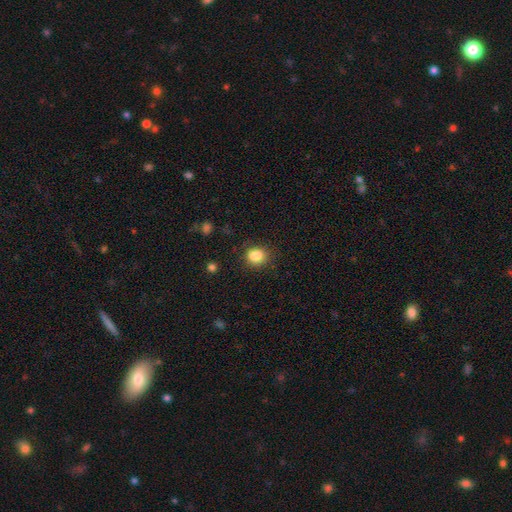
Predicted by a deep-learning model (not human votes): smooth_or_featured: smooth (p=0.85) [alt: star or artifact p=0.11]
how_rounded: round (p=0.68) [alt: in between p=0.31]
merging: none (p=0.78) [alt: minor disturbance p=0.15]